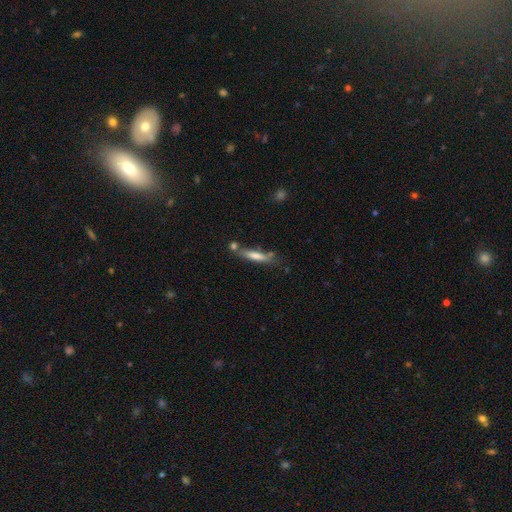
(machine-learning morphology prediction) Overall: smooth (60%; featured or disk 33%). How rounded: cigar-shaped (87%). Merging: none (60%; minor disturbance 20%).